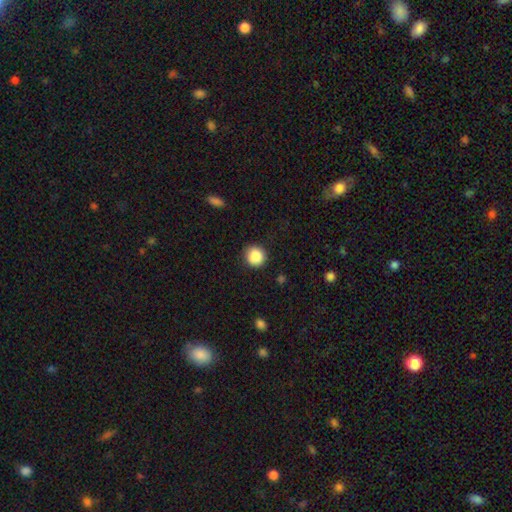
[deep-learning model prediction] Overall: smooth (88%). How rounded: round (92%). Merging: none (89%).